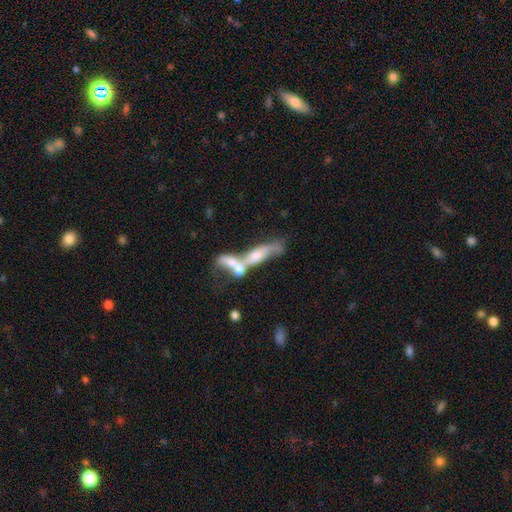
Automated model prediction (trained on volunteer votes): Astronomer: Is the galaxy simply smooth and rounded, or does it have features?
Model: featured or disk — 62%.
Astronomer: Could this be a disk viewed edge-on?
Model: yes — 63%.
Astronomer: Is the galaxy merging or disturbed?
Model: merger — 56%.